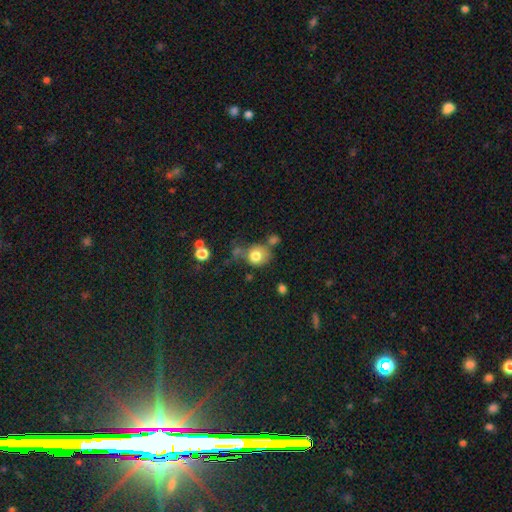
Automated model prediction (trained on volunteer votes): A smooth galaxy with no disk features (79%) that is round (80%). Merging: none (54%).